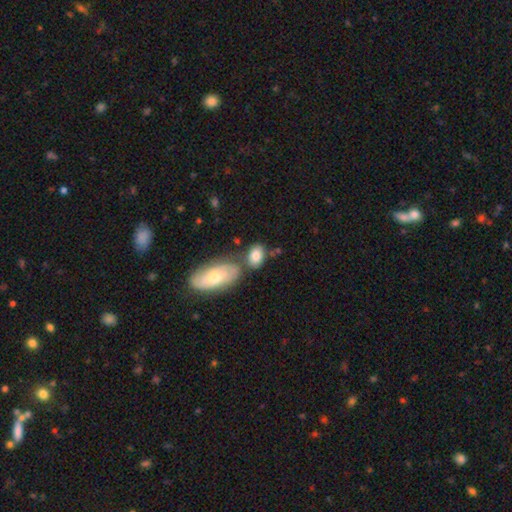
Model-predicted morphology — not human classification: This is likely a smooth galaxy (79%). How rounded: clearly in between (85%). Merging: possibly none (51%).